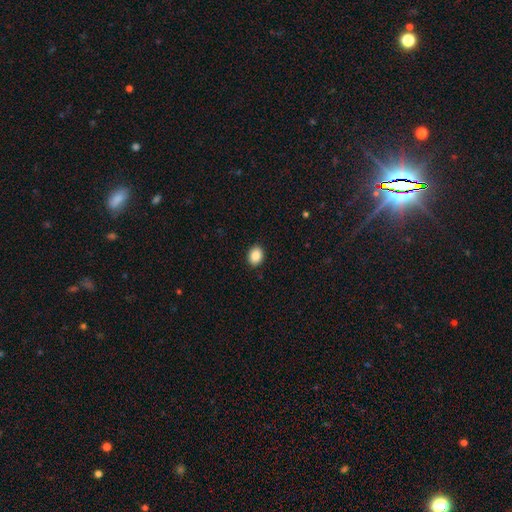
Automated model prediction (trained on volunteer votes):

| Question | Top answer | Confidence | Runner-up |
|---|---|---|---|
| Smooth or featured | smooth | 88% | star or artifact (8%) |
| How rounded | in between | 61% | round (38%) |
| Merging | none | 90% | minor disturbance (7%) |